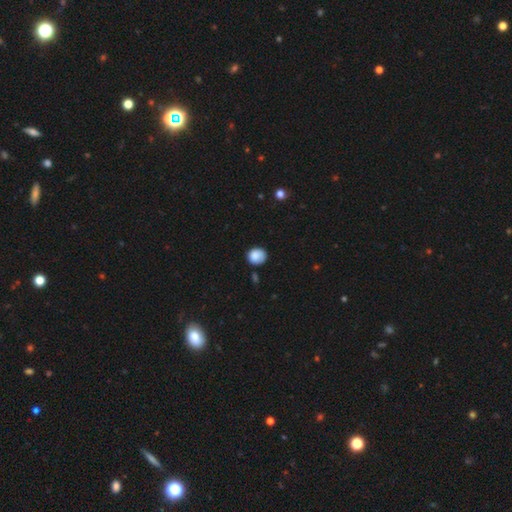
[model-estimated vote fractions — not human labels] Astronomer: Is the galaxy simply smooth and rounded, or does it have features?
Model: smooth — 86%.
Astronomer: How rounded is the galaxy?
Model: round — 80%.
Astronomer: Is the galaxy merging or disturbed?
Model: none — 73%.